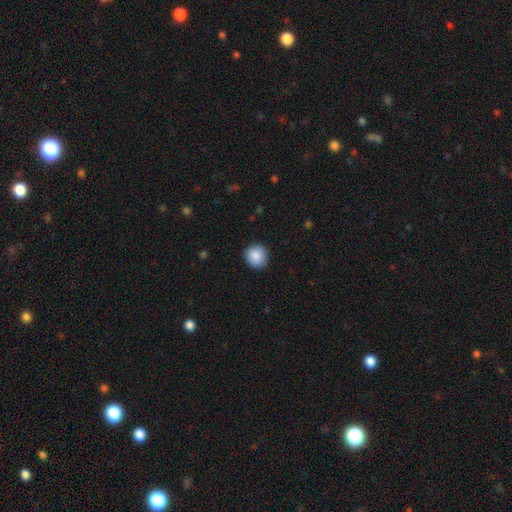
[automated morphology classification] Smooth or featured?
  - smooth: 88% *
  - star or artifact: 8%
  - featured or disk: 5%
How rounded?
  - round: 91% *
  - in between: 8%
  - cigar-shaped: 1%
Merging?
  - none: 90% *
  - minor disturbance: 7%
  - major disturbance: 2%
  - merger: 1%